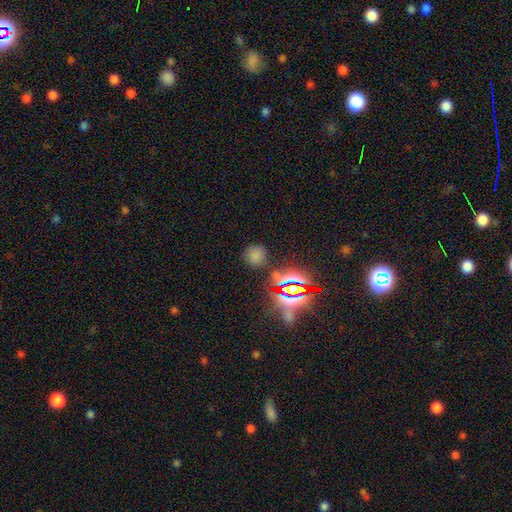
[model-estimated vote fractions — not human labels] A smooth galaxy with no disk features (64%) that is round (87%).

Vote fractions:
- Smooth or featured? smooth: 64% / star or artifact: 29% / featured or disk: 7%
- How rounded? round: 87% / in between: 12% / cigar-shaped: 1%
- Merging? none: 77% / minor disturbance: 13% / merger: 5% / major disturbance: 5%